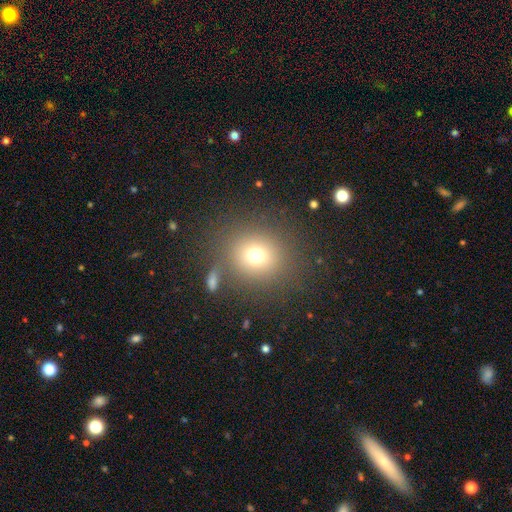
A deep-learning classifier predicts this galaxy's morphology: Q: Smooth or featured?
A: smooth (72%); runner-up: star or artifact (17%)
Q: How rounded?
A: round (83%); runner-up: in between (15%)
Q: Merging?
A: none (79%); runner-up: minor disturbance (9%)